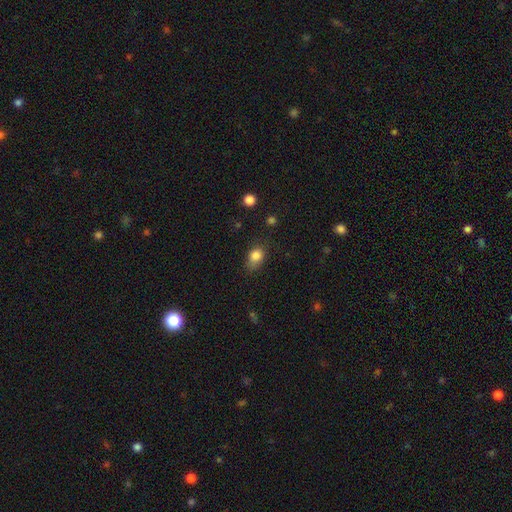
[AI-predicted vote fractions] This is clearly a smooth galaxy (84%). How rounded: likely in between (66%). Merging: possibly none (59%).